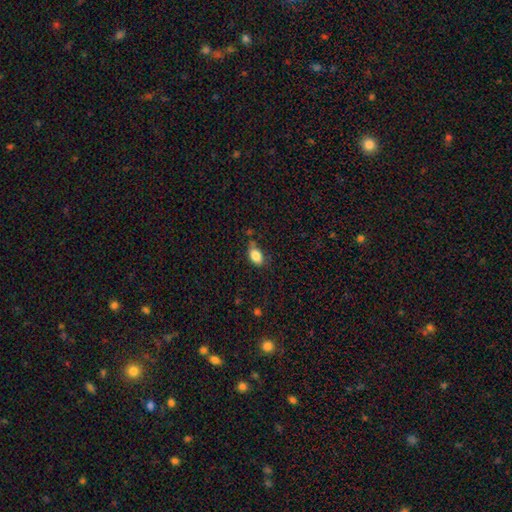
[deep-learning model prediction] A smooth galaxy with no disk features (85%) that is in between round and cigar-shaped (89%). Merging: none (62%).